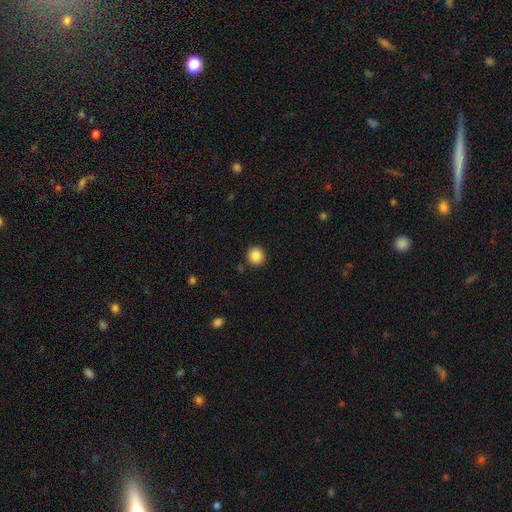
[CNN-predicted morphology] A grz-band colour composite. It shows a smooth galaxy with no disk features (86%) that is round (94%). Merging: none (92%).